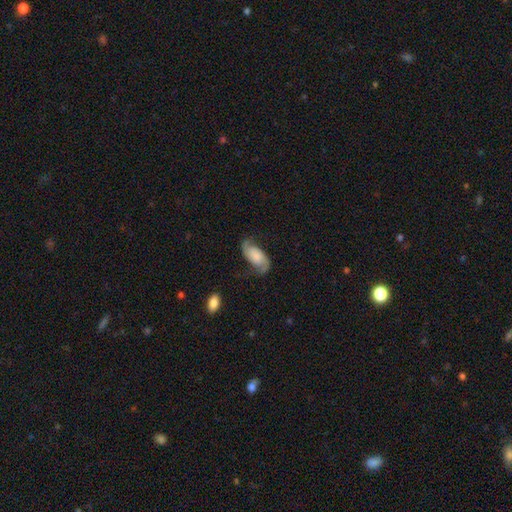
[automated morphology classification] Q: Smooth or featured?
A: featured or disk (73%); runner-up: smooth (20%)
Q: Edge-on disk?
A: no (96%); runner-up: yes (4%)
Q: Bar?
A: no (64%); runner-up: weak (27%)
Q: Spiral arms?
A: yes (95%); runner-up: no (5%)
Q: Spiral winding?
A: loose (43%); runner-up: medium (40%)
Q: Spiral arm count?
A: 2 (92%); runner-up: can't tell (3%)
Q: Bulge size?
A: none (30%); runner-up: small (23%)
Q: Merging?
A: none (70%); runner-up: minor disturbance (18%)